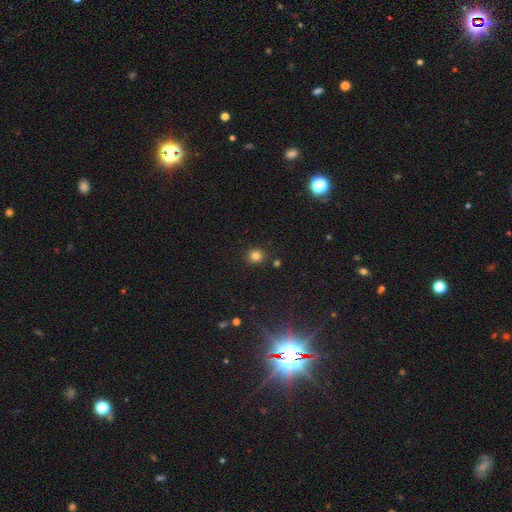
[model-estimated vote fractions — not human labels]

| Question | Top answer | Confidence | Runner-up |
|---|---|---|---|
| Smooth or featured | smooth | 81% | star or artifact (14%) |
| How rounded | round | 87% | in between (12%) |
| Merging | none | 88% | minor disturbance (7%) |